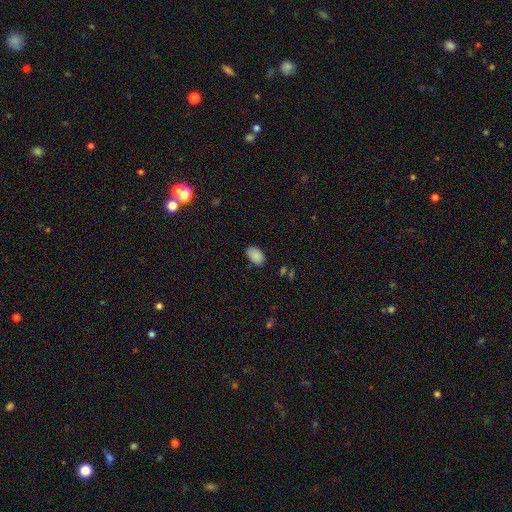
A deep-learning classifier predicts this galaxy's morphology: Smooth or featured? Predicted: smooth (p=0.87). How rounded? Predicted: in between (p=0.89). Merging? Predicted: none (p=0.77).